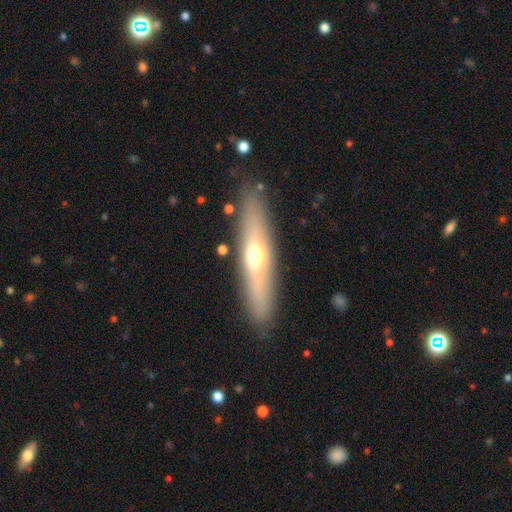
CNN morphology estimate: Smooth or featured? Predicted: featured or disk (p=0.47). Merging? Predicted: none (p=0.87).